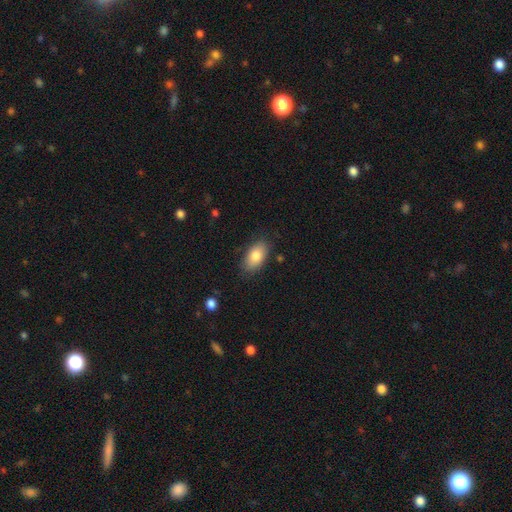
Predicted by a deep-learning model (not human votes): Q: Smooth or featured?
A: smooth (82%); runner-up: featured or disk (11%)
Q: How rounded?
A: in between (92%); runner-up: round (5%)
Q: Merging?
A: none (82%); runner-up: minor disturbance (13%)